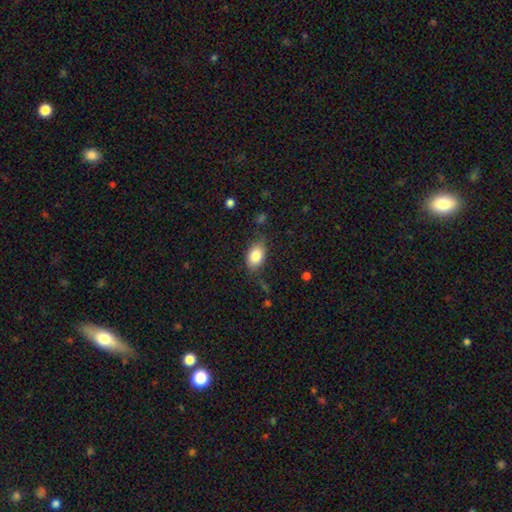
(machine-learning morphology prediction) Overall: smooth (83%). How rounded: in between (85%). Merging: none (73%).